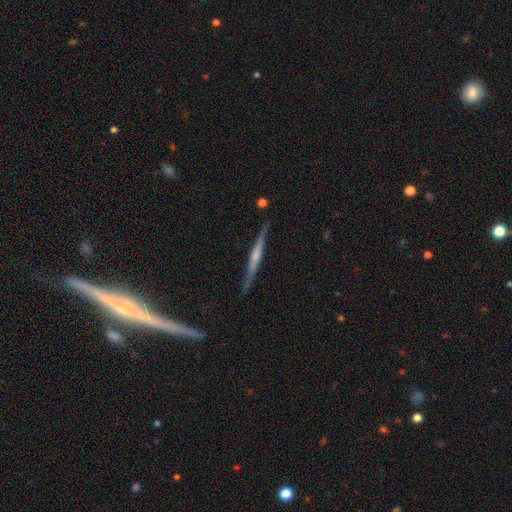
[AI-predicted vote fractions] This appears to be a featured or disk galaxy (69%) viewed edge-on (97%) with a rounded central bulge (43%). Merging: none (86%).